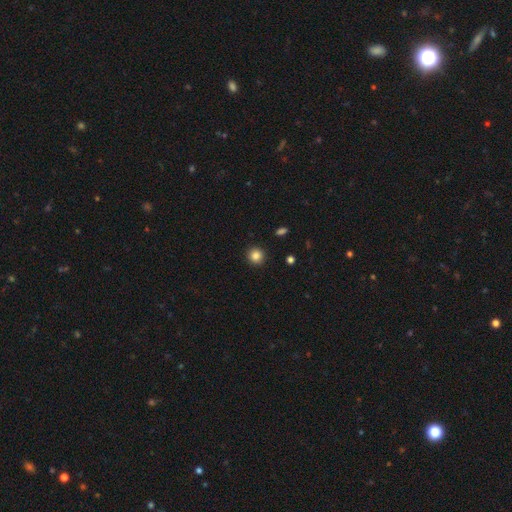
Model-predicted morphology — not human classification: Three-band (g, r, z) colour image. It shows a smooth galaxy with no disk features (85%) that is round (93%). Merging: none (92%).